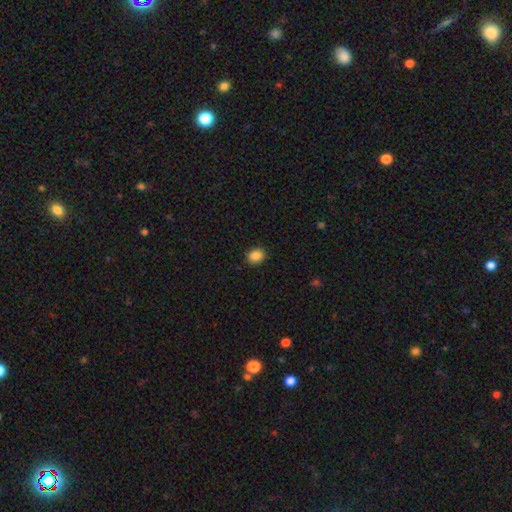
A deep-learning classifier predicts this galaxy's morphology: A smooth galaxy with no disk features (88%) that is round (60%).

Vote fractions:
- Smooth or featured? smooth: 88% / star or artifact: 10% / featured or disk: 3%
- How rounded? round: 60% / in between: 39% / cigar-shaped: 1%
- Merging? none: 90% / minor disturbance: 7% / major disturbance: 2% / merger: 1%